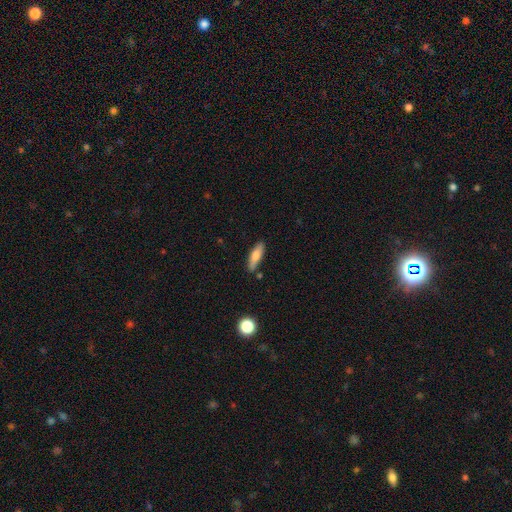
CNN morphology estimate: Overall: smooth (75%). How rounded: cigar-shaped (59%; in between 38%). Merging: none (78%).